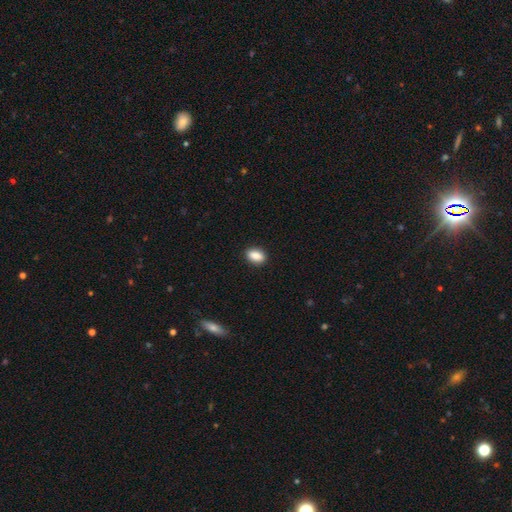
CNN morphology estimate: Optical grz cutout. It shows a smooth galaxy with no disk features (88%) that is in between round and cigar-shaped (88%). Merging: none (90%).